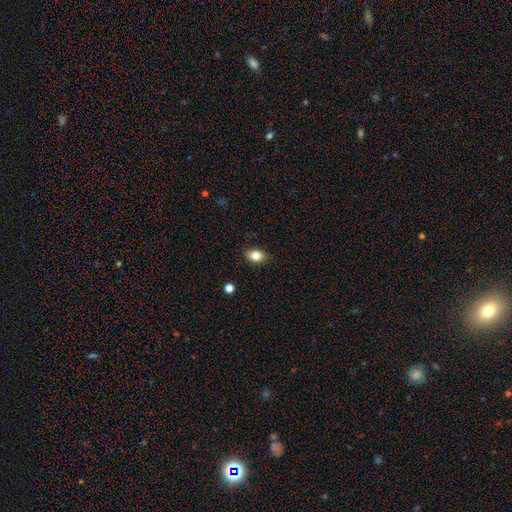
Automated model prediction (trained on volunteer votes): Smooth or featured? smooth (81%)
How rounded? in between (74%)
Merging? none (85%)